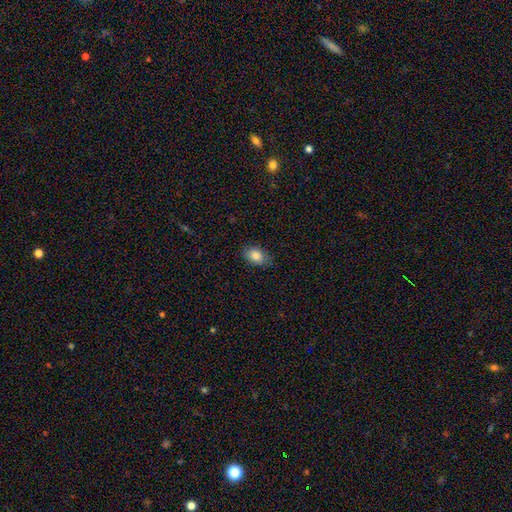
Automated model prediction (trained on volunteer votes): Smooth or featured?
  - smooth: 85% *
  - star or artifact: 8%
  - featured or disk: 7%
How rounded?
  - in between: 84% *
  - round: 15%
  - cigar-shaped: 2%
Merging?
  - none: 81% *
  - minor disturbance: 15%
  - major disturbance: 3%
  - merger: 1%